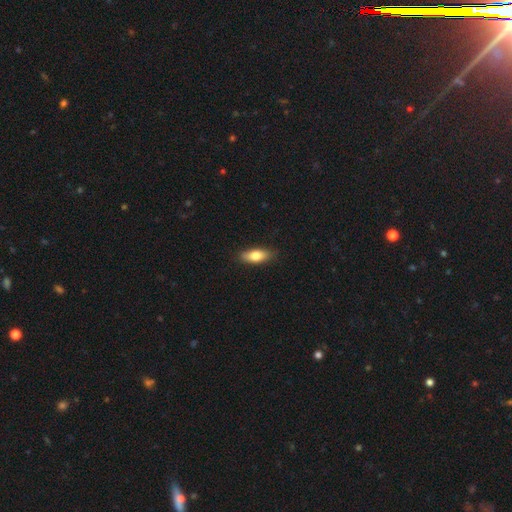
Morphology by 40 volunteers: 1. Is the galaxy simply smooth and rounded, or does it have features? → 78% smooth, 18% featured or disk, 5% star or artifact.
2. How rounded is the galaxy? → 77% in between, 19% cigar-shaped, 3% round.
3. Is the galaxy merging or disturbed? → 82% none, 13% minor disturbance, 3% major disturbance, 3% merger.